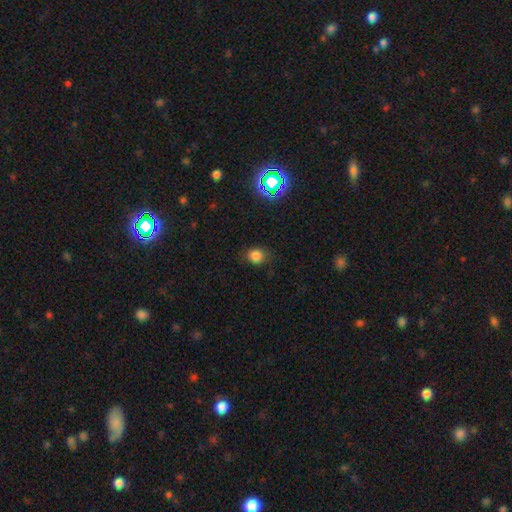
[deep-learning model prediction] Overall: smooth (78%). How rounded: round (76%). Merging: none (78%).